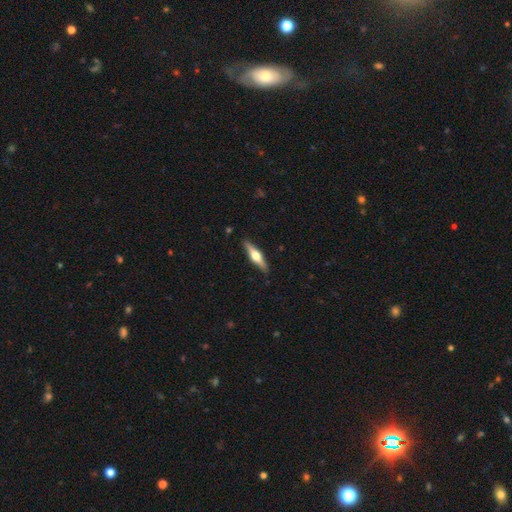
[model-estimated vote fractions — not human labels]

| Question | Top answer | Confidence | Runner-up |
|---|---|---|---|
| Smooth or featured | featured or disk | 65% | smooth (30%) |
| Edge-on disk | yes | 96% | no (4%) |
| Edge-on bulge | rounded | 94% | boxy (4%) |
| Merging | none | 89% | minor disturbance (8%) |